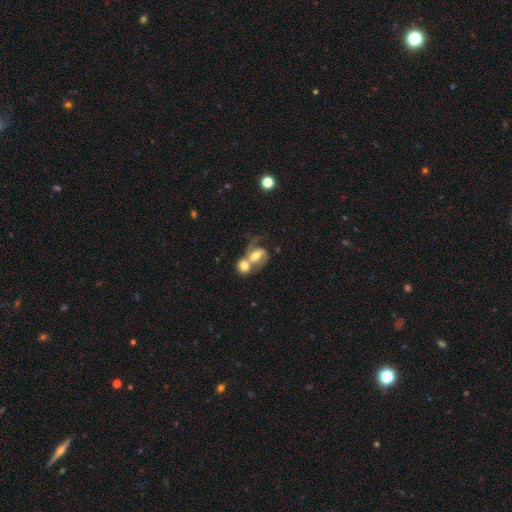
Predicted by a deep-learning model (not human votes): Overall: featured or disk (52%; smooth 40%). Edge-on disk: no (96%). Merging: merger (69%).